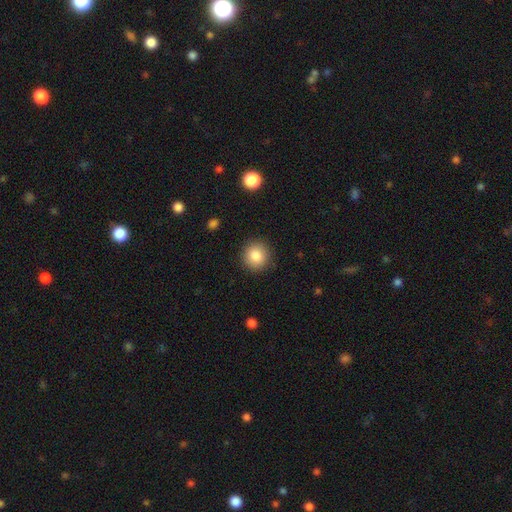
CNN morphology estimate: A smooth galaxy with no disk features (85%) that is round (91%).

Vote fractions:
- Smooth or featured? smooth: 85% / star or artifact: 9% / featured or disk: 6%
- How rounded? round: 91% / in between: 8% / cigar-shaped: 1%
- Merging? none: 90% / minor disturbance: 7% / major disturbance: 2% / merger: 1%